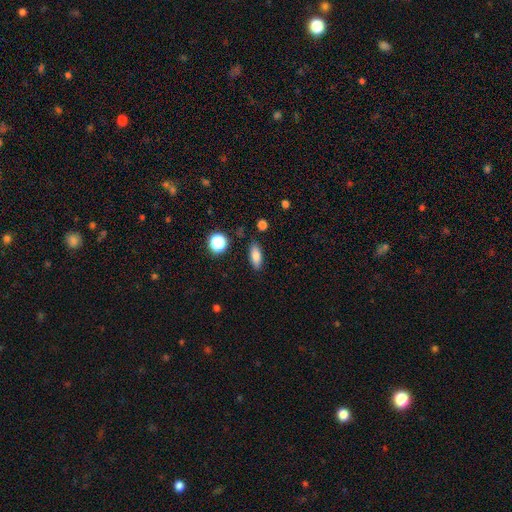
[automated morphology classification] smooth_or_featured: smooth (p=0.81) [alt: featured or disk p=0.10]
how_rounded: in between (p=0.74) [alt: cigar-shaped p=0.21]
merging: none (p=0.85) [alt: minor disturbance p=0.10]